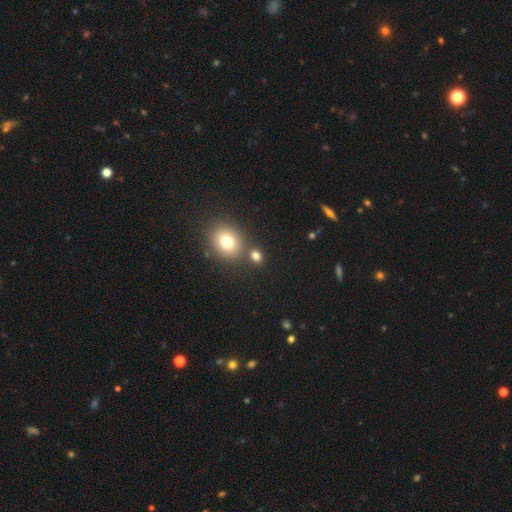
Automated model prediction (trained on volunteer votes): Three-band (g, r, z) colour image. It shows a smooth galaxy with no disk features (78%) that is round (70%). Merging: none (73%).